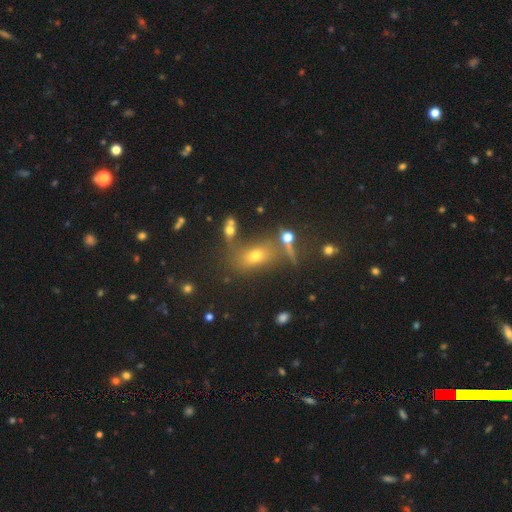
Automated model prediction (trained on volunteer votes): Smooth or featured: smooth — 54% (star or artifact — 28%)
How rounded: in between — 63% (round — 30%)
Merging: none — 58% (merger — 20%)